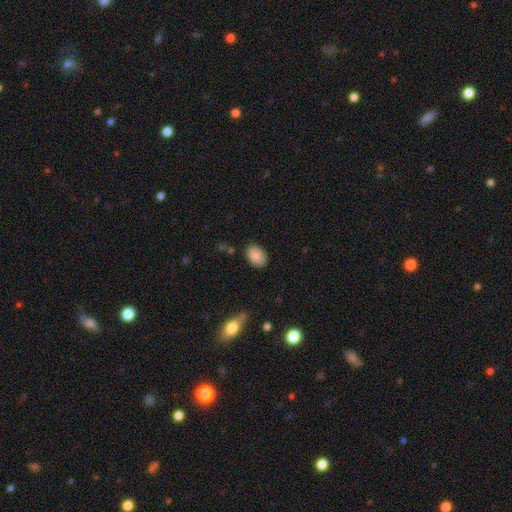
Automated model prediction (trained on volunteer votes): smooth 87%, star or artifact 8%, featured or disk 5%. Down the decision tree: how rounded — in between (86%); merging — none (85%).